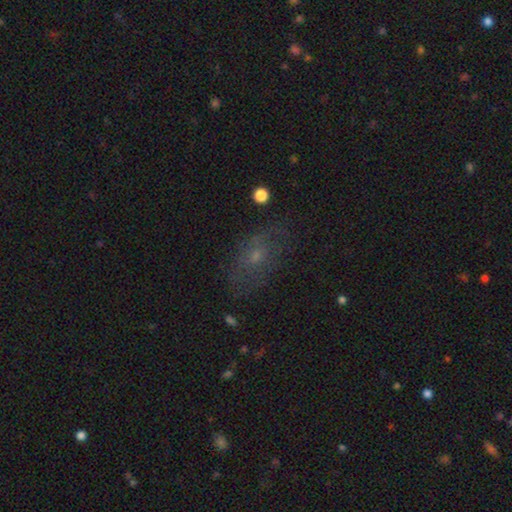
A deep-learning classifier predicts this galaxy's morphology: Q: Smooth or featured?
A: smooth (42%); runner-up: featured or disk (39%)
Q: Merging?
A: none (64%); runner-up: minor disturbance (21%)